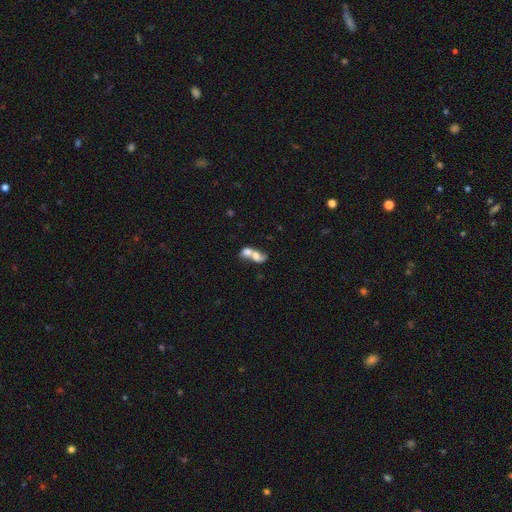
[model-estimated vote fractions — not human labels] Smooth or featured? smooth (54%)
How rounded? in between (68%)
Merging? merger (80%)